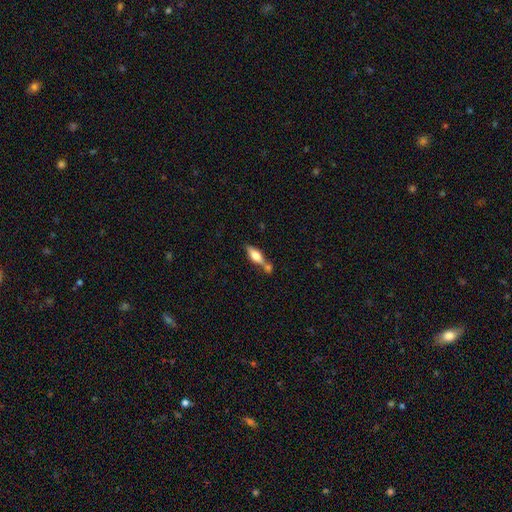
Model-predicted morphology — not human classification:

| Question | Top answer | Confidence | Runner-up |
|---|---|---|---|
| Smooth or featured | smooth | 55% | featured or disk (38%) |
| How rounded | in between | 58% | cigar-shaped (39%) |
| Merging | none | 48% | merger (35%) |